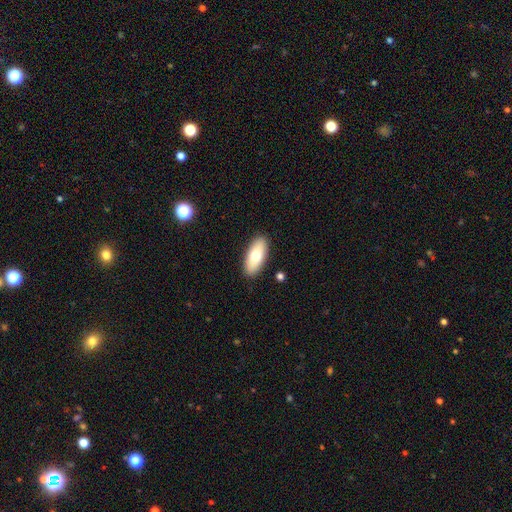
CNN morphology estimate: smooth_or_featured: smooth (p=0.71) [alt: featured or disk p=0.23]
how_rounded: in between (p=0.86) [alt: cigar-shaped p=0.11]
merging: none (p=0.90) [alt: minor disturbance p=0.07]